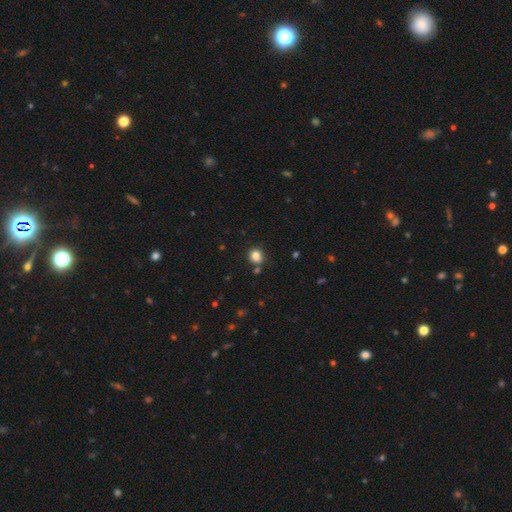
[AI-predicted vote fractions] This appears to be a smooth galaxy with no disk features (84%) that is round (76%). Merging: none (76%).